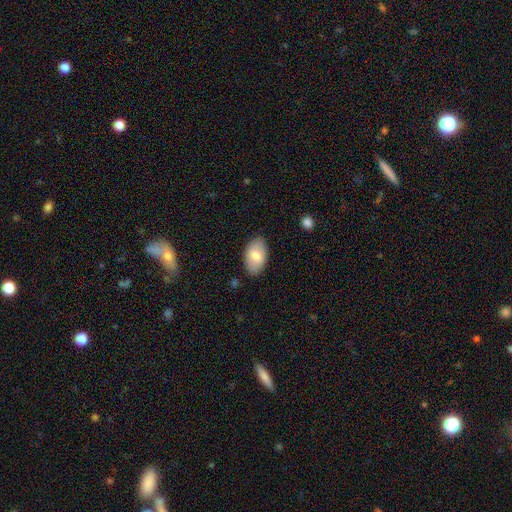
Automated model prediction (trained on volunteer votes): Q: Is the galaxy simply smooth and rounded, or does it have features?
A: smooth — 74%.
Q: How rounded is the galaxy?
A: in between — 94%.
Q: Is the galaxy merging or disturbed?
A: none — 83%.